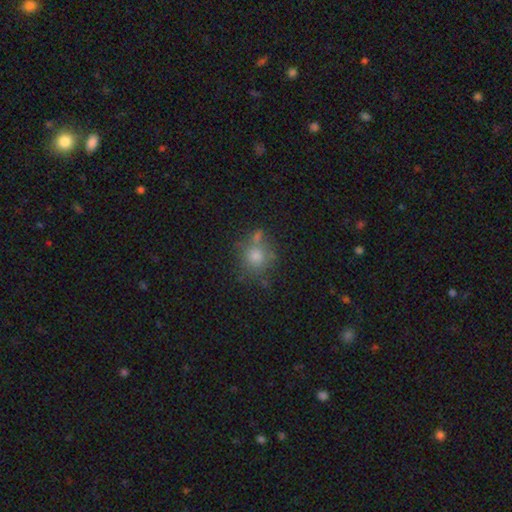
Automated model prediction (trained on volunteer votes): smooth-or-featured: smooth: 75% | star or artifact: 14% | featured or disk: 11%
  how-rounded: round: 86% | in between: 13% | cigar-shaped: 1%
  merging: none: 64% | merger: 17% | minor disturbance: 14% | major disturbance: 5%